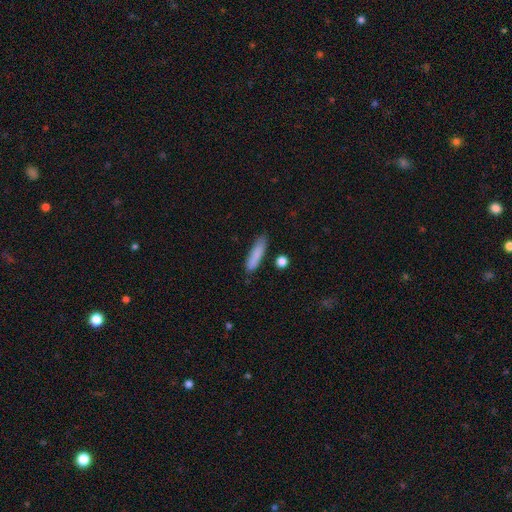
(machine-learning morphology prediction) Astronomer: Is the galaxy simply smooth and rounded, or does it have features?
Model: smooth — 84%.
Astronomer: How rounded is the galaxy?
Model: cigar-shaped — 76%.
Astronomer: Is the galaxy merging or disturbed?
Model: none — 79%.